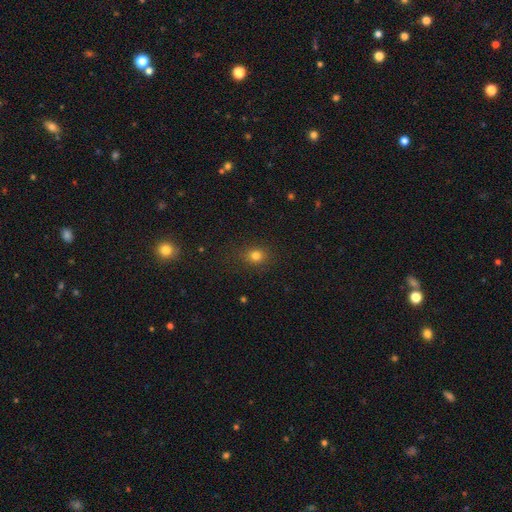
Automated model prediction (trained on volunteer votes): This appears to be a smooth galaxy with no disk features (78%) that is round (67%). Merging: none (85%).